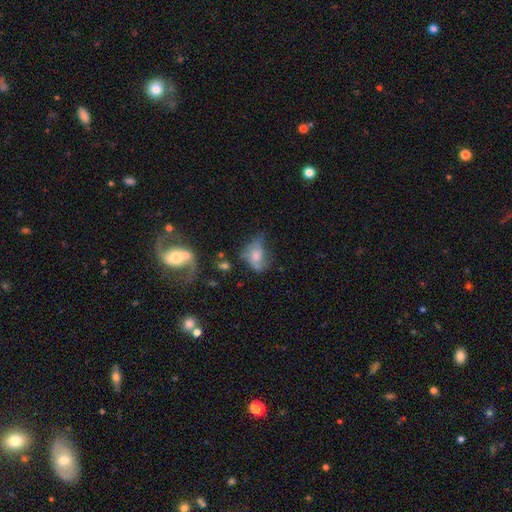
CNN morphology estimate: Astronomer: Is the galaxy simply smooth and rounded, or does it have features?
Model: smooth — 48% (runner-up: featured or disk, 41%).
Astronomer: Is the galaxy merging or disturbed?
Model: major disturbance — 35% (runner-up: minor disturbance, 29%).